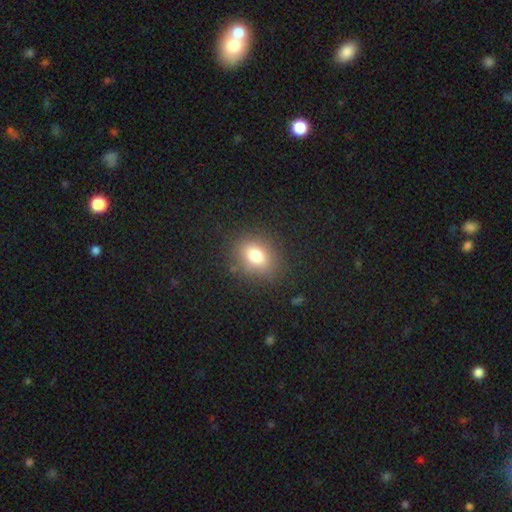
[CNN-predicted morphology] Q: Smooth or featured?
A: smooth (78%); runner-up: star or artifact (12%)
Q: How rounded?
A: in between (61%); runner-up: round (38%)
Q: Merging?
A: none (83%); runner-up: minor disturbance (11%)